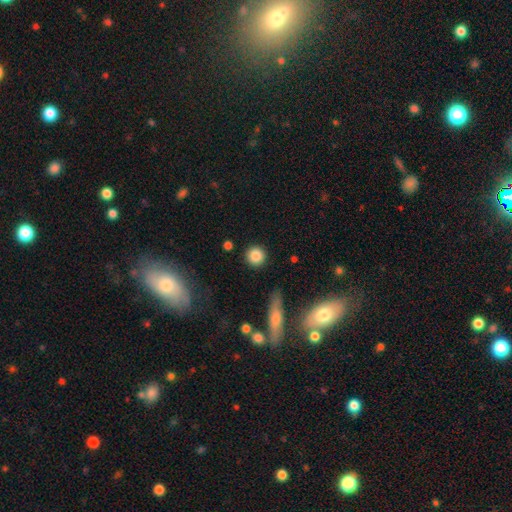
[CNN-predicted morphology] Smooth or featured? Predicted: smooth (p=0.85). How rounded? Predicted: round (p=0.93). Merging? Predicted: none (p=0.89).